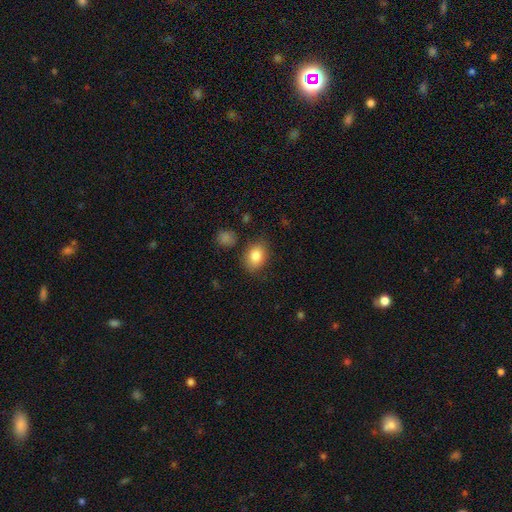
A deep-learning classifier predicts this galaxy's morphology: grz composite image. It shows a smooth galaxy with no disk features (83%) that is in between round and cigar-shaped (73%). Merging: none (82%).